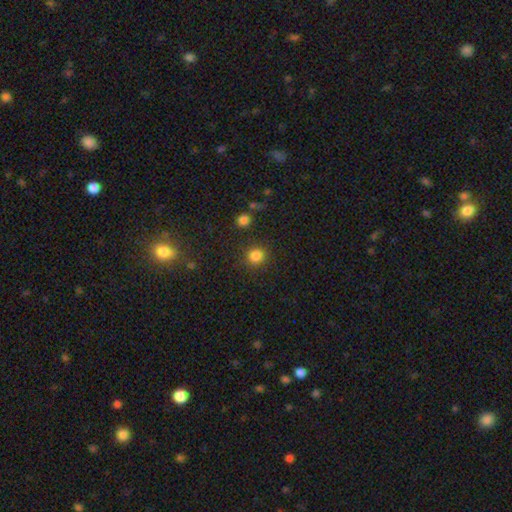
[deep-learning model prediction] A smooth galaxy with no disk features (83%) that is round (91%). Merging: none (84%).